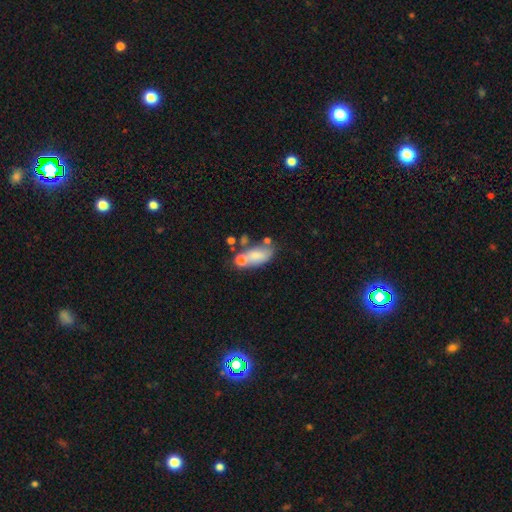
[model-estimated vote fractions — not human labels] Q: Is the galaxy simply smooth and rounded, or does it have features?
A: smooth — 67%.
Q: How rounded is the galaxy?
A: in between — 85%.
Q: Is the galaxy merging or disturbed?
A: none — 36%.